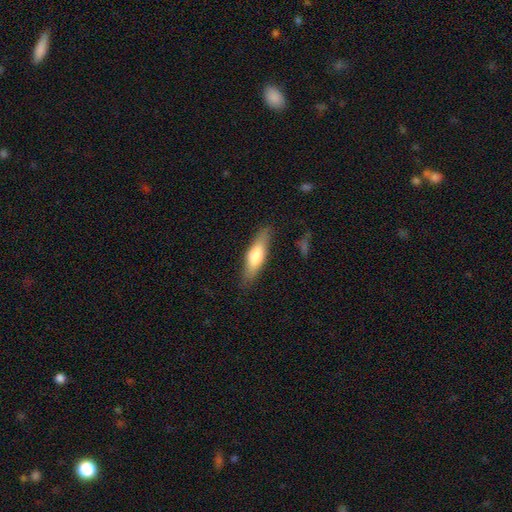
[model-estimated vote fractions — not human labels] Smooth or featured?
  - smooth: 65% *
  - featured or disk: 29%
  - star or artifact: 6%
How rounded?
  - cigar-shaped: 60% *
  - in between: 37%
  - round: 2%
Merging?
  - none: 83% *
  - minor disturbance: 13%
  - major disturbance: 3%
  - merger: 1%